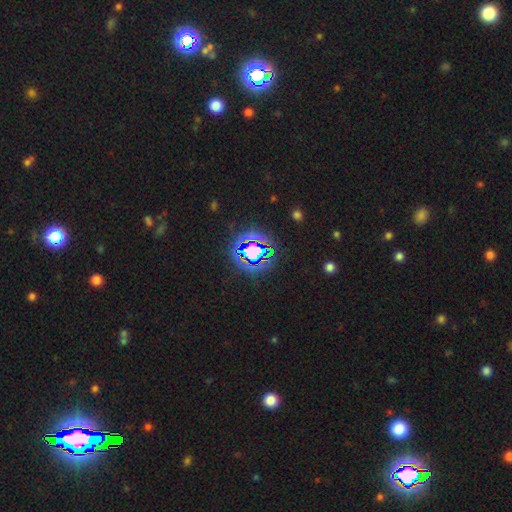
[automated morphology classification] smooth_or_featured: star or artifact (p=0.79) [alt: smooth p=0.13]